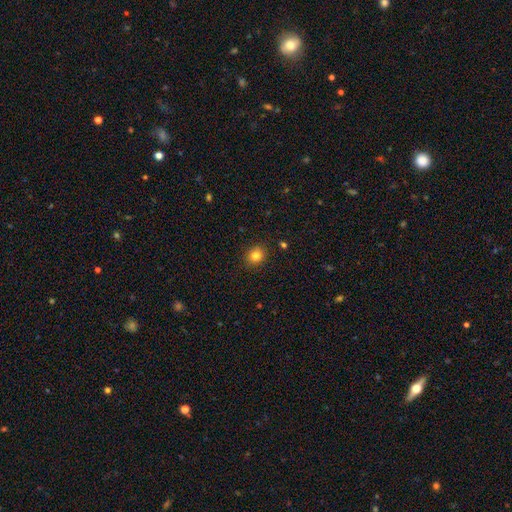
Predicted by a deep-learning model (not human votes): A smooth galaxy with no disk features (82%) that is round (77%). Merging: none (90%).